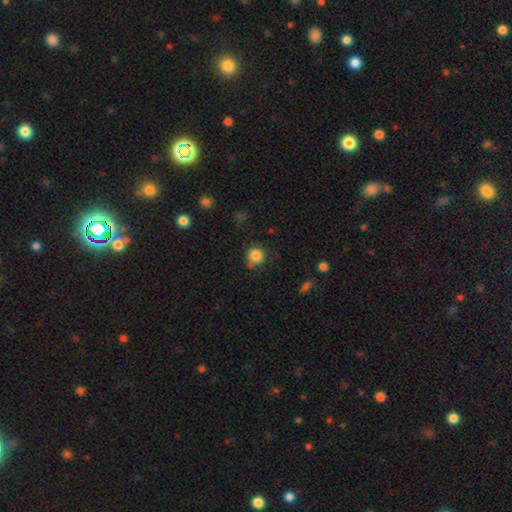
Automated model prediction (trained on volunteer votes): The model was most divided on "merging": none: 75%, minor disturbance: 13%, merger: 8%, major disturbance: 4%. More confident: how rounded — round (92%); smooth or featured — smooth (84%).